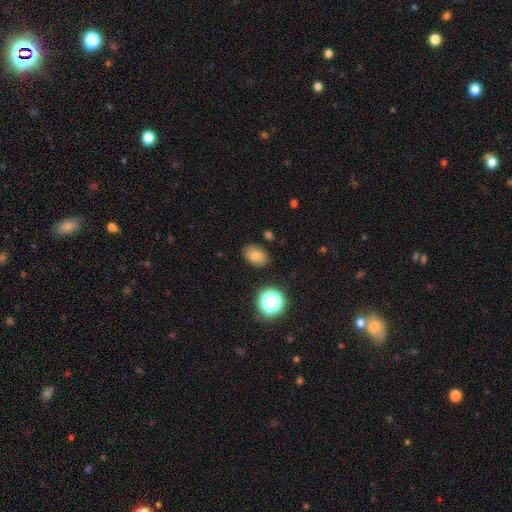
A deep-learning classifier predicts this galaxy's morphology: A smooth galaxy with no disk features (78%) that is in between round and cigar-shaped (76%).

Vote fractions:
- Smooth or featured? smooth: 78% / star or artifact: 13% / featured or disk: 8%
- How rounded? in between: 76% / round: 23% / cigar-shaped: 1%
- Merging? none: 84% / minor disturbance: 11% / major disturbance: 3% / merger: 2%